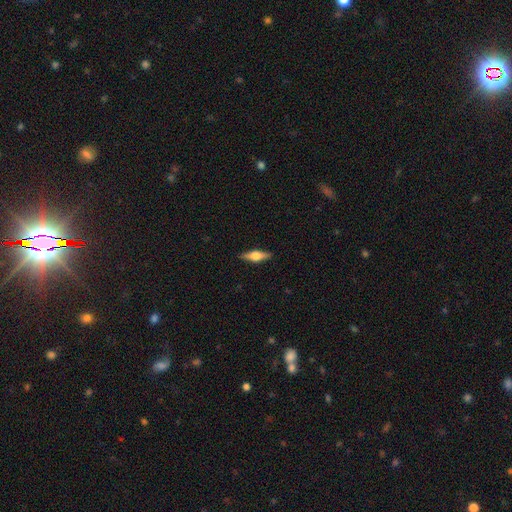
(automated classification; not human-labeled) Smooth or featured? Predicted: featured or disk (p=0.60). Edge-on disk? Predicted: yes (p=0.96). Edge-on bulge? Predicted: rounded (p=0.92). Merging? Predicted: none (p=0.89).